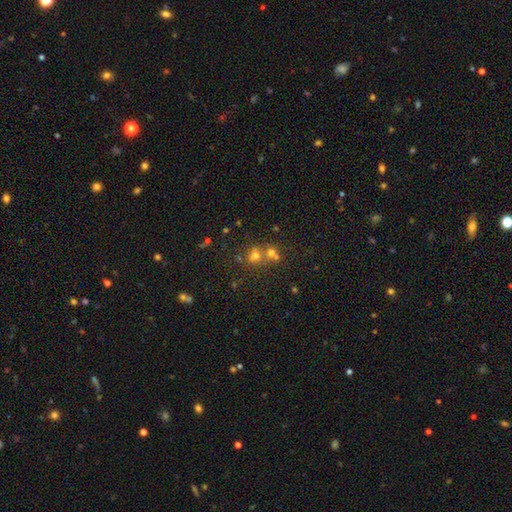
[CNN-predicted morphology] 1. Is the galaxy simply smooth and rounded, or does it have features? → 55% smooth, 29% star or artifact, 16% featured or disk.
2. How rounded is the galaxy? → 81% round, 18% in between, 1% cigar-shaped.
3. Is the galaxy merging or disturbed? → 46% none, 43% merger, 7% minor disturbance, 4% major disturbance.